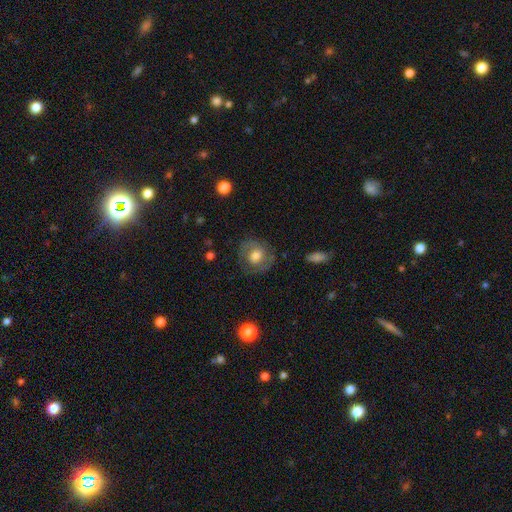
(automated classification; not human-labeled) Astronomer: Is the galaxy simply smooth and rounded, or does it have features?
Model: smooth — 55% (runner-up: featured or disk, 37%).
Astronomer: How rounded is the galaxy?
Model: round — 80%.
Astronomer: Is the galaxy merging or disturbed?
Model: none — 73%.